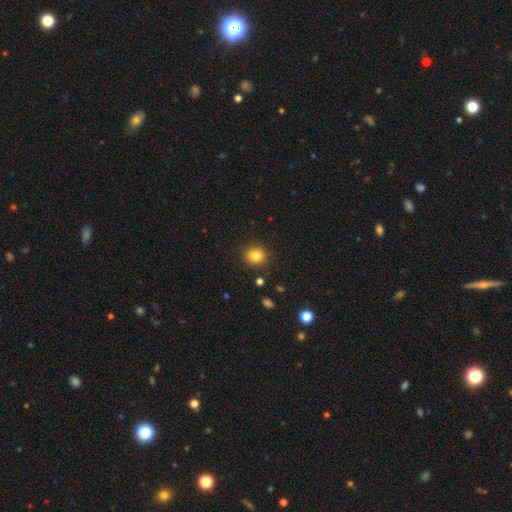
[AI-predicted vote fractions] Smooth or featured?
  - smooth: 83% *
  - star or artifact: 11%
  - featured or disk: 6%
How rounded?
  - round: 87% *
  - in between: 12%
  - cigar-shaped: 1%
Merging?
  - none: 89% *
  - minor disturbance: 7%
  - major disturbance: 2%
  - merger: 2%